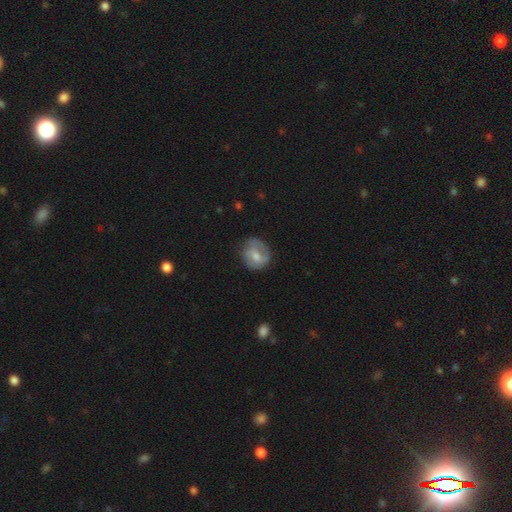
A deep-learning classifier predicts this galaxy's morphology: smooth_or_featured: smooth (p=0.59) [alt: featured or disk p=0.34]
how_rounded: round (p=0.71) [alt: in between p=0.28]
merging: none (p=0.61) [alt: minor disturbance p=0.27]